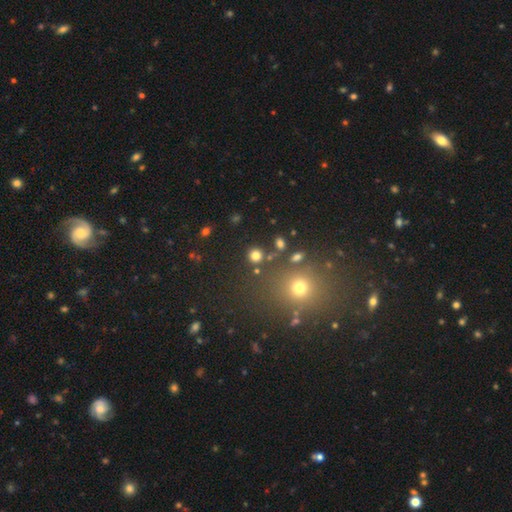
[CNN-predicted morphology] smooth_or_featured: smooth (p=0.78) [alt: star or artifact p=0.17]
how_rounded: round (p=0.89) [alt: in between p=0.10]
merging: none (p=0.82) [alt: merger p=0.07]